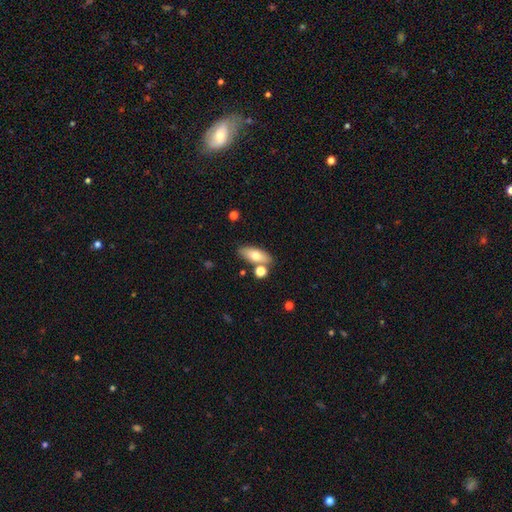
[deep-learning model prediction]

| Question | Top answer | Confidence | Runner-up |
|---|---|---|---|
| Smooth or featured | smooth | 69% | featured or disk (24%) |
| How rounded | in between | 74% | cigar-shaped (21%) |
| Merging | none | 73% | merger (12%) |